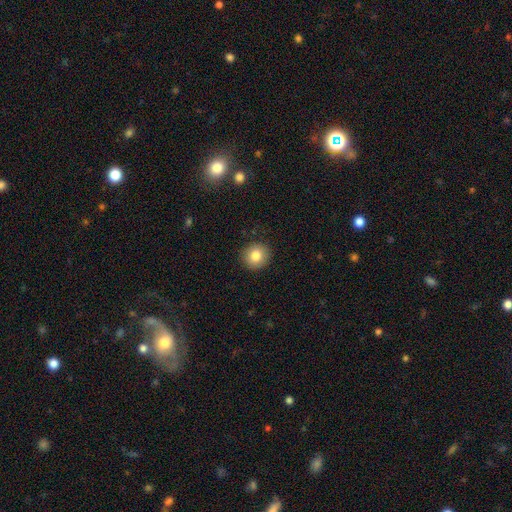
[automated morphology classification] type=smooth (83%); roundness=round (88%); merging=none (91%).